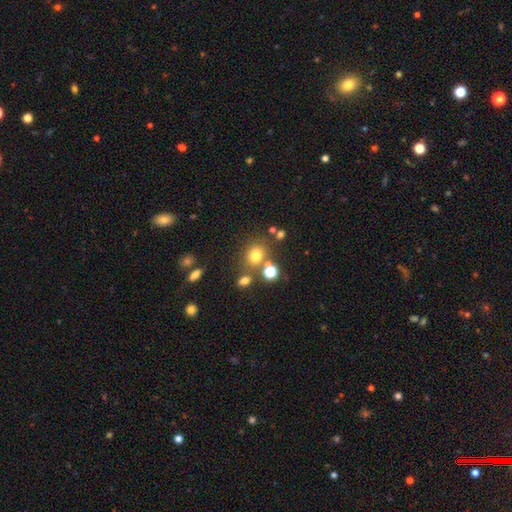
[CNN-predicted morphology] A smooth galaxy with no disk features (71%) that is round (73%).

Vote fractions:
- Smooth or featured? smooth: 71% / star or artifact: 19% / featured or disk: 10%
- How rounded? round: 73% / in between: 26% / cigar-shaped: 1%
- Merging? none: 67% / merger: 16% / minor disturbance: 12% / major disturbance: 5%